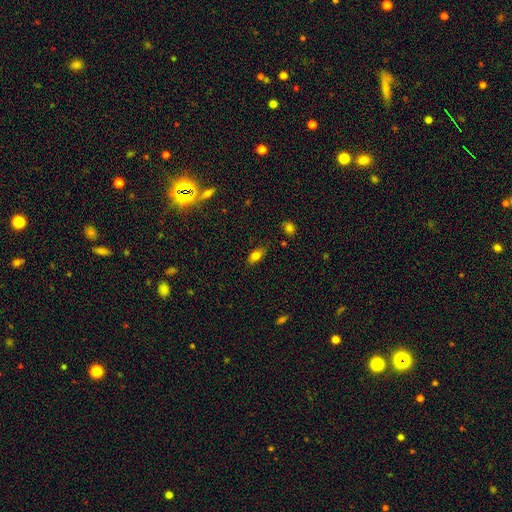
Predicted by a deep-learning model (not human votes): Smooth or featured?
  - smooth: 78% *
  - featured or disk: 12%
  - star or artifact: 10%
How rounded?
  - in between: 83% *
  - round: 10%
  - cigar-shaped: 7%
Merging?
  - none: 78% *
  - minor disturbance: 17%
  - major disturbance: 4%
  - merger: 2%